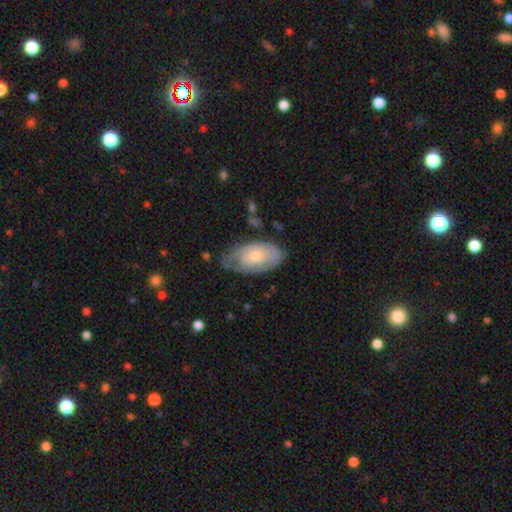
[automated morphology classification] This appears to be a smooth galaxy with no disk features (56%) that is in between round and cigar-shaped (93%). Merging: none (51%).